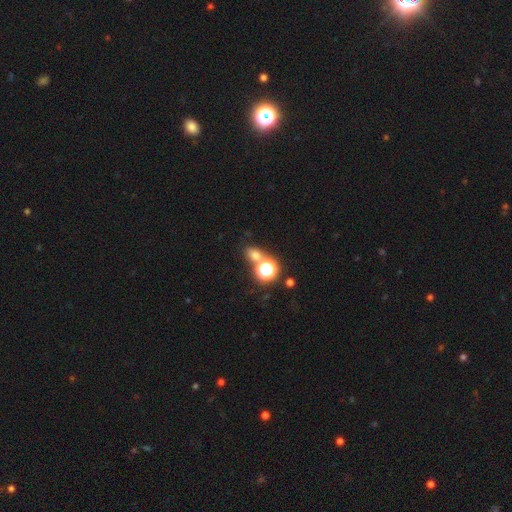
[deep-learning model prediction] This appears to be a smooth galaxy with no disk features (61%) that is round (54%). Merging: none (60%).